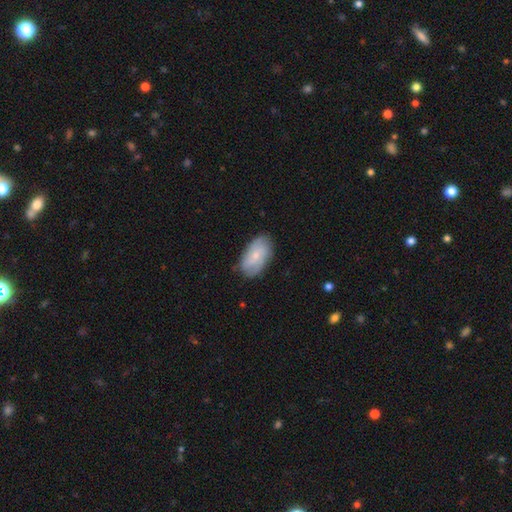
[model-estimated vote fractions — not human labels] Morphology: type=smooth (51%); roundness=in between (92%); merging=none (75%).